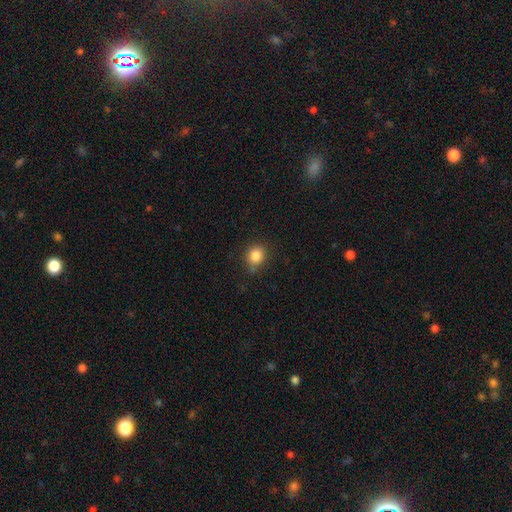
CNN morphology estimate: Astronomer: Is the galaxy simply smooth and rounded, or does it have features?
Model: smooth — 85%.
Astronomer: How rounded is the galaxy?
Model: round — 78%.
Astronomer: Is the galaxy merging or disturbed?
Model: none — 81%.